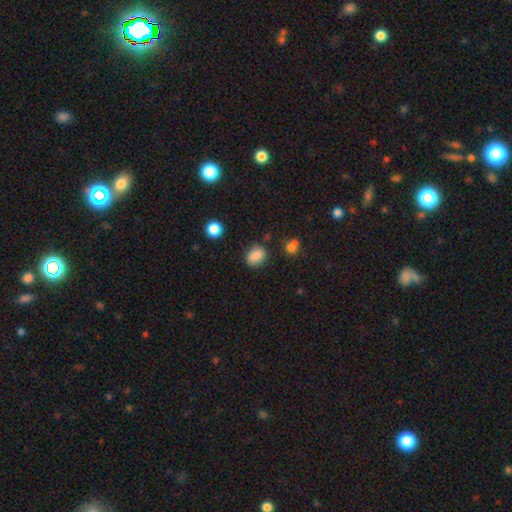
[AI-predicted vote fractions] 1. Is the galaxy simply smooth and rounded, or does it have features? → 82% smooth, 10% star or artifact, 8% featured or disk.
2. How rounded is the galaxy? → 57% round, 42% in between, 1% cigar-shaped.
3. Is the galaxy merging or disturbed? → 79% none, 14% minor disturbance, 4% major disturbance, 3% merger.